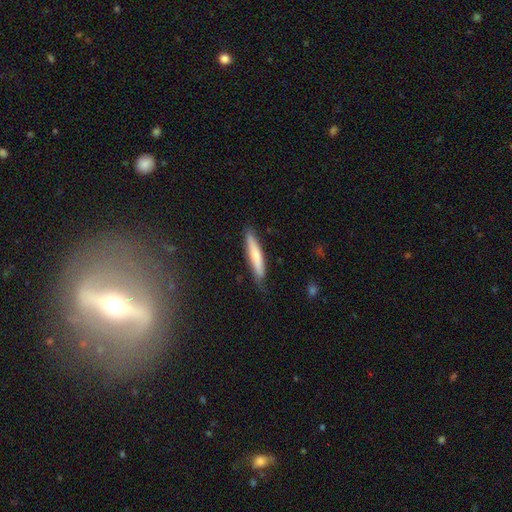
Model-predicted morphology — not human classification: Smooth or featured: smooth — 65% (featured or disk — 29%)
How rounded: cigar-shaped — 90% (in between — 9%)
Merging: none — 76% (minor disturbance — 19%)